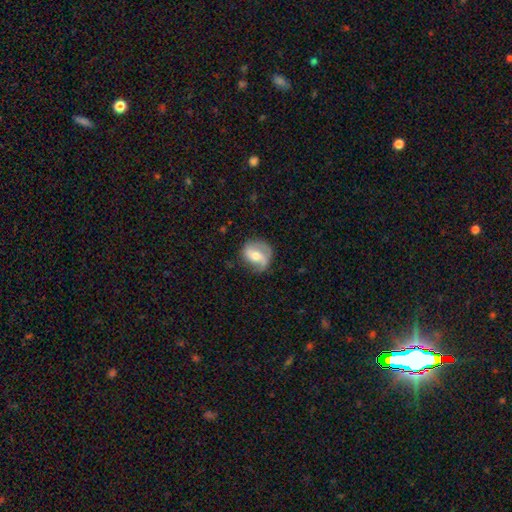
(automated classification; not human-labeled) featured or disk 65%, smooth 28%, star or artifact 7%. Down the decision tree: edge-on disk — no (96%); bar — weak (40%); spiral arms — yes (85%); spiral arm count — 2 (74%); spiral winding — medium (40%); bulge size — moderate (62%); merging — none (66%).